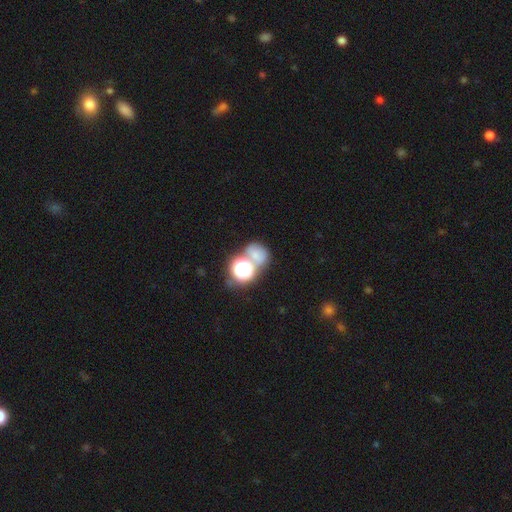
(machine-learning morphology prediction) type=smooth (58%); roundness=round (60%); merging=none (40%).